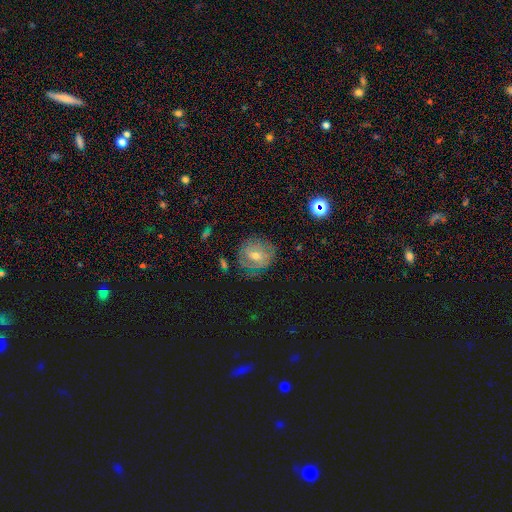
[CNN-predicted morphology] Smooth or featured?
  - featured or disk: 62% *
  - smooth: 23%
  - star or artifact: 15%
Edge-on disk?
  - no: 95% *
  - yes: 5%
Bar?
  - weak: 46% *
  - no: 36%
  - strong: 19%
Spiral arms?
  - yes: 75% *
  - no: 25%
Bulge size?
  - moderate: 56% *
  - small: 39%
  - large: 2%
  - none: 1%
  - dominant: 1%
Merging?
  - none: 74% *
  - minor disturbance: 17%
  - major disturbance: 8%
  - merger: 2%